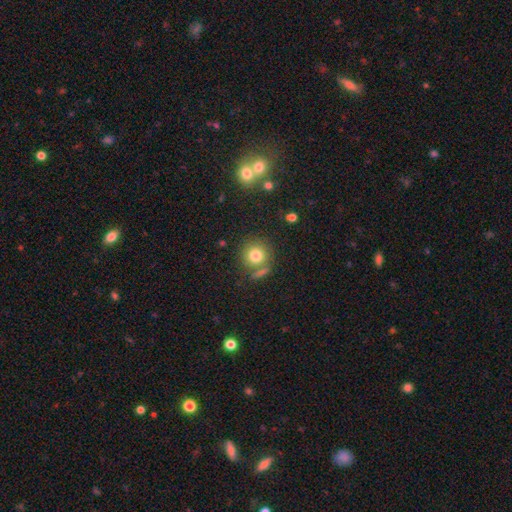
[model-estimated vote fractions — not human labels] smooth-or-featured: smooth: 79% | star or artifact: 11% | featured or disk: 10%
  how-rounded: round: 90% | in between: 9% | cigar-shaped: 1%
  merging: none: 69% | merger: 14% | minor disturbance: 11% | major disturbance: 5%